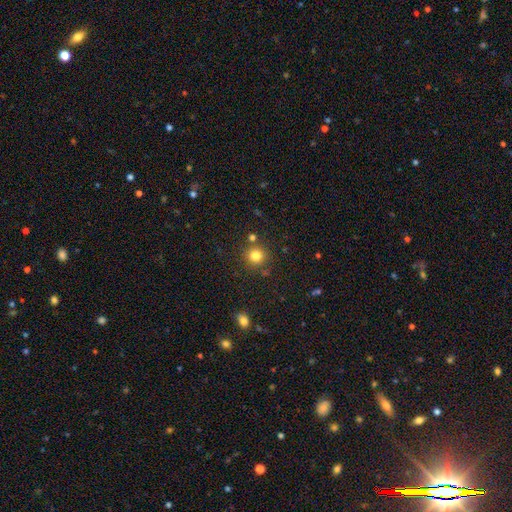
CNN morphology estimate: Overall: smooth (81%). How rounded: round (93%). Merging: none (83%).